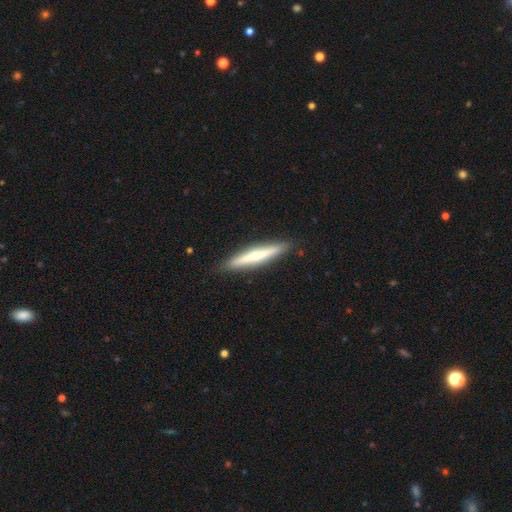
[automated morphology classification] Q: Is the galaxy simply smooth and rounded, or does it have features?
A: featured or disk — 55%.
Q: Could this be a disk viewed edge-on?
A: yes — 96%.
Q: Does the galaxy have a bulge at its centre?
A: rounded — 64%.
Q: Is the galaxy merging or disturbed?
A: none — 90%.